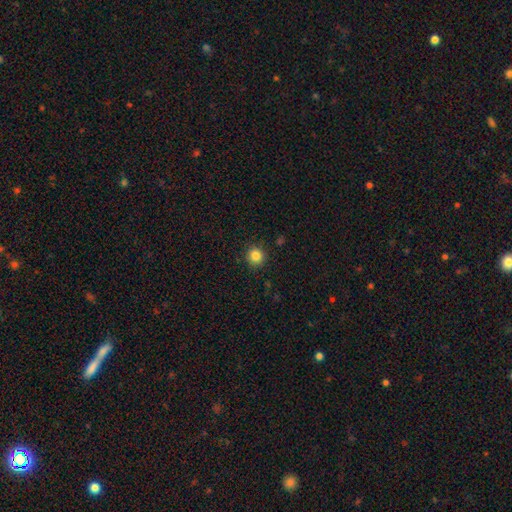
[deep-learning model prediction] Overall: smooth (84%). How rounded: round (93%). Merging: none (90%).